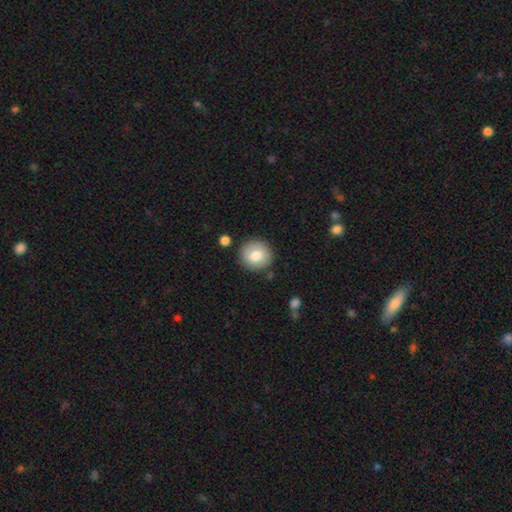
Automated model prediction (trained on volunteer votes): Morphology: type=smooth (79%); roundness=round (91%); merging=none (85%).